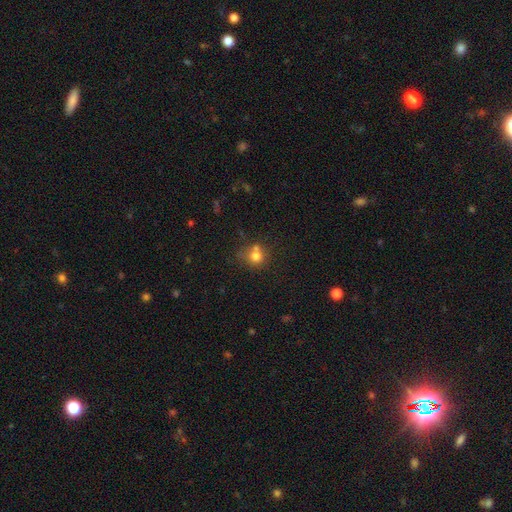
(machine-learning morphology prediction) Overall: smooth (76%). How rounded: round (82%). Merging: none (51%; merger 30%).